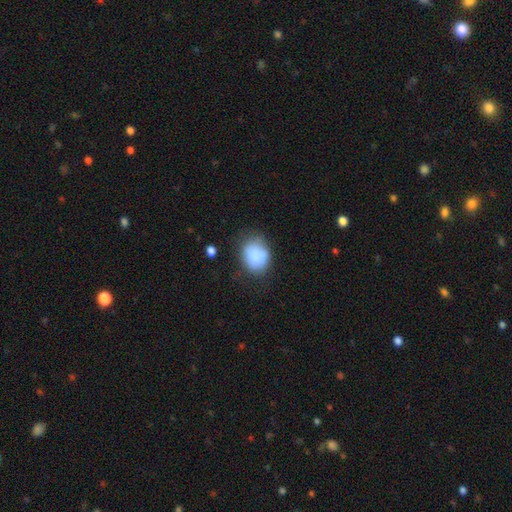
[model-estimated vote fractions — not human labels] Smooth or featured?
  - smooth: 83% *
  - featured or disk: 9%
  - star or artifact: 8%
How rounded?
  - in between: 50% *
  - round: 49%
  - cigar-shaped: 1%
Merging?
  - none: 58% *
  - minor disturbance: 27%
  - major disturbance: 10%
  - merger: 5%